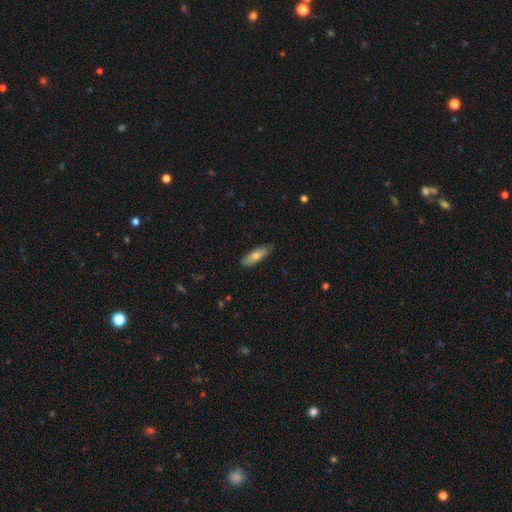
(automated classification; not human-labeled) smooth-or-featured: smooth: 66% | featured or disk: 28% | star or artifact: 6%
  how-rounded: in between: 51% | cigar-shaped: 46% | round: 2%
  merging: none: 83% | minor disturbance: 14% | major disturbance: 2% | merger: 1%